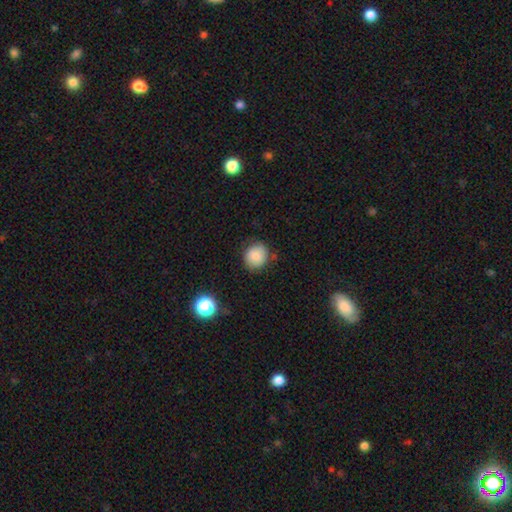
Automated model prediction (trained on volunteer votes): The model was most divided on "how rounded": round: 82%, in between: 17%, cigar-shaped: 1%. More confident: smooth or featured — smooth (85%); merging — none (80%).